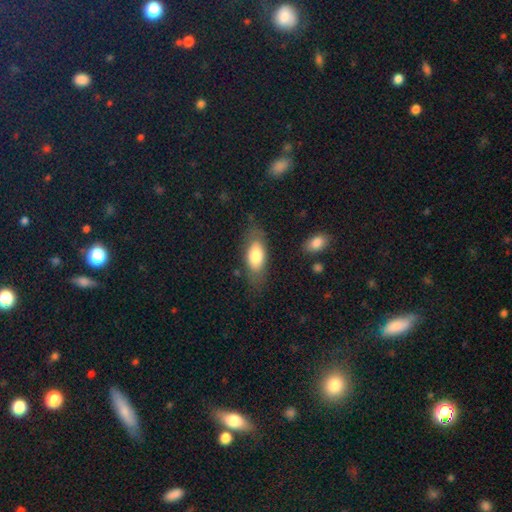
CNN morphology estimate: Smooth or featured? smooth (75%)
How rounded? in between (85%)
Merging? none (73%)